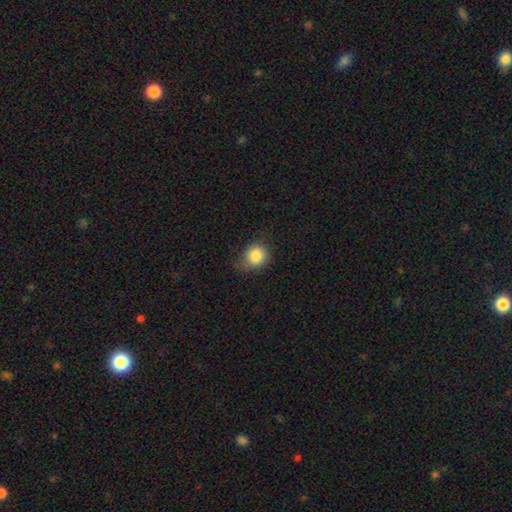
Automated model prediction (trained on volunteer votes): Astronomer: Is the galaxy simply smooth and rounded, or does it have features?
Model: smooth — 84%.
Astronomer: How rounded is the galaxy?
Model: round — 72%.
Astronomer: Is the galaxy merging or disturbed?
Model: none — 58%.